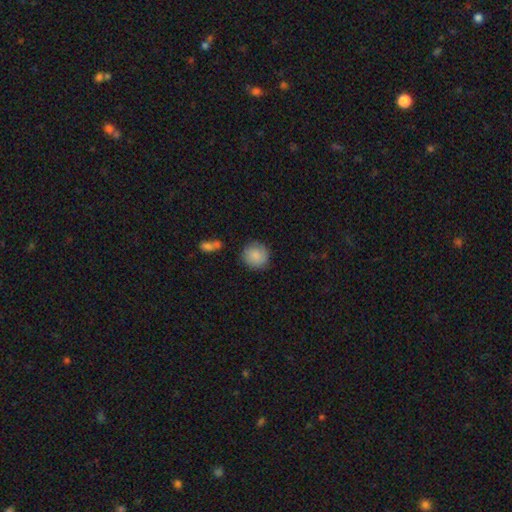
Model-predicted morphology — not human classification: This appears to be a smooth galaxy with no disk features (85%) that is round (92%). Merging: none (82%).